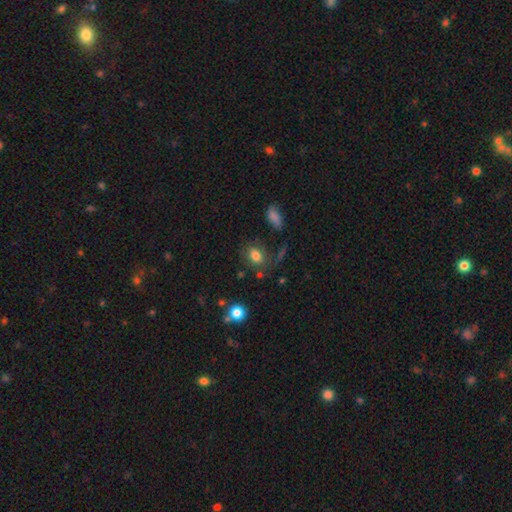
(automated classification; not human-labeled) Morphology: type=smooth (79%); roundness=in between (71%); merging=none (67%).